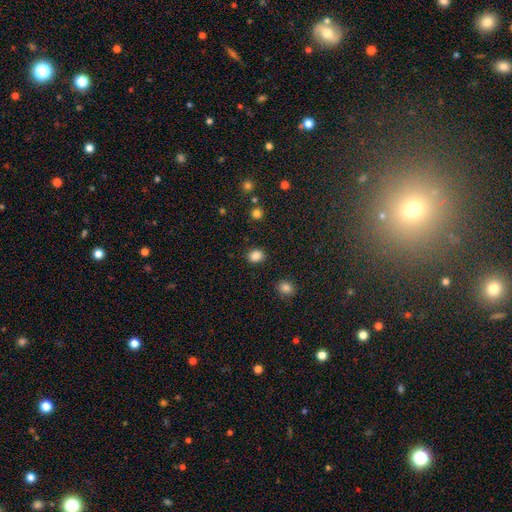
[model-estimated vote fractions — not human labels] The model was most divided on "how rounded": round: 59%, in between: 40%, cigar-shaped: 1%. More confident: merging — none (89%); smooth or featured — smooth (86%).